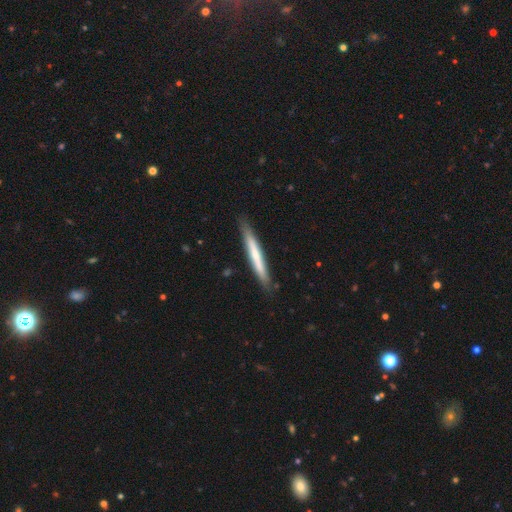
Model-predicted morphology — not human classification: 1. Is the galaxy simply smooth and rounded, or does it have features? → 56% smooth, 39% featured or disk, 5% star or artifact.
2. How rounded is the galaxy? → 96% cigar-shaped, 3% in between, 1% round.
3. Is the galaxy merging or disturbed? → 87% none, 10% minor disturbance, 2% major disturbance, 1% merger.